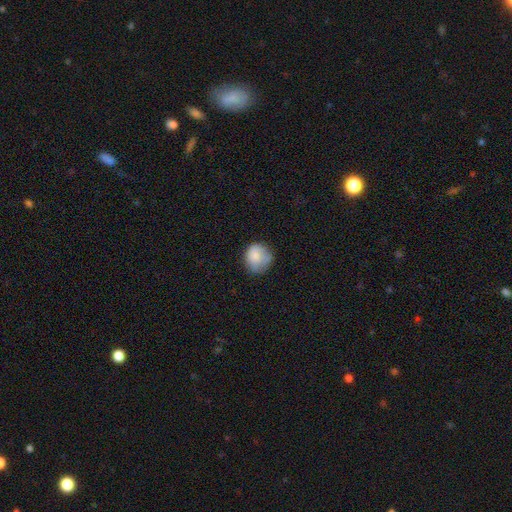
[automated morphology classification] A smooth galaxy with no disk features (81%) that is round (76%).

Vote fractions:
- Smooth or featured? smooth: 81% / featured or disk: 11% / star or artifact: 8%
- How rounded? round: 76% / in between: 23% / cigar-shaped: 1%
- Merging? none: 59% / minor disturbance: 29% / major disturbance: 9% / merger: 2%